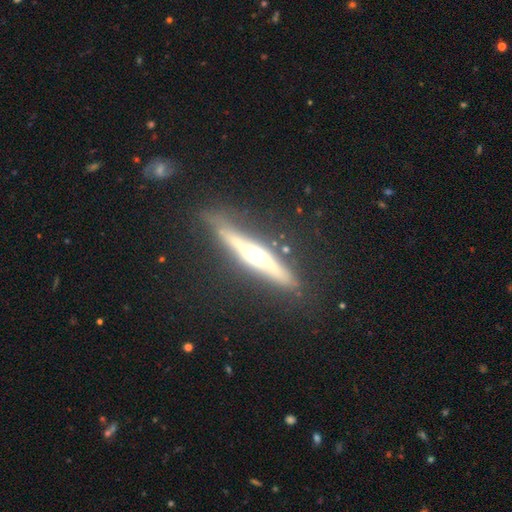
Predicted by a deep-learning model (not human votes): The model was most divided on "merging": none: 72%, minor disturbance: 19%, major disturbance: 6%, merger: 3%. More confident: edge-on disk — yes (92%); edge-on bulge — rounded (84%); smooth or featured — featured or disk (75%).